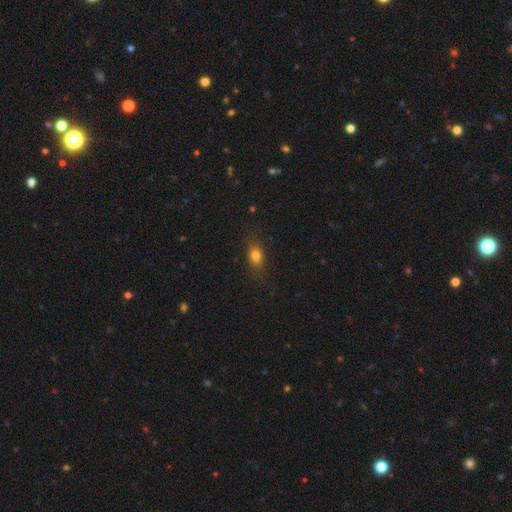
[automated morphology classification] type=smooth (79%); roundness=in between (74%); merging=none (82%).